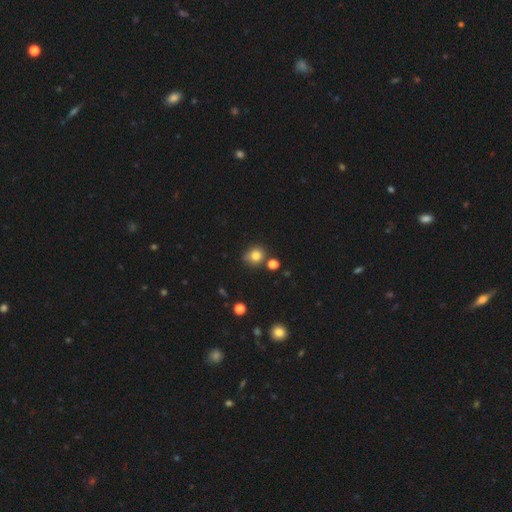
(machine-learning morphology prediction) Overall: smooth (80%). How rounded: round (80%). Merging: none (70%).